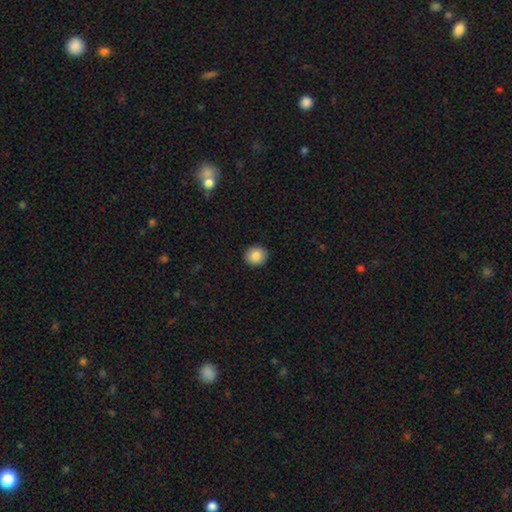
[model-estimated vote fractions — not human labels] Overall: smooth (86%). How rounded: round (88%). Merging: none (93%).